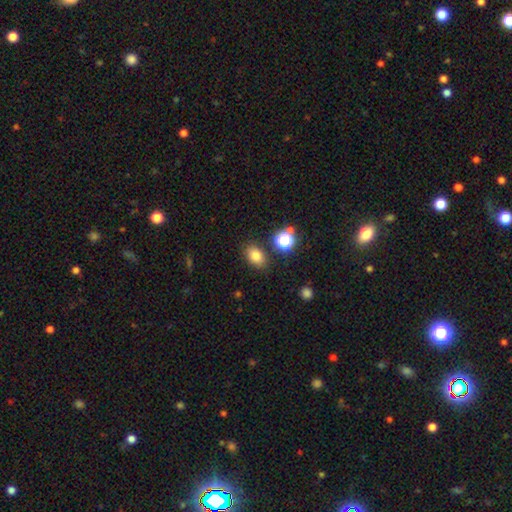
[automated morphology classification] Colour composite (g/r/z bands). It shows a smooth galaxy with no disk features (78%) that is in between round and cigar-shaped (75%). Merging: none (83%).